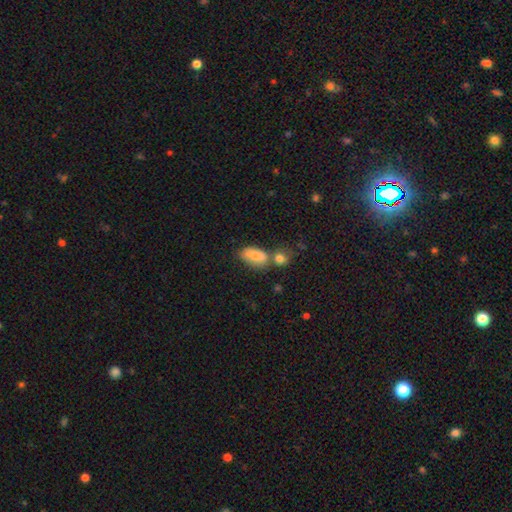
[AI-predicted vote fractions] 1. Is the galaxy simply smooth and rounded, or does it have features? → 81% smooth, 11% featured or disk, 8% star or artifact.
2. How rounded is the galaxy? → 90% in between, 6% round, 4% cigar-shaped.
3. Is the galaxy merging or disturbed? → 46% none, 31% merger, 18% minor disturbance, 6% major disturbance.